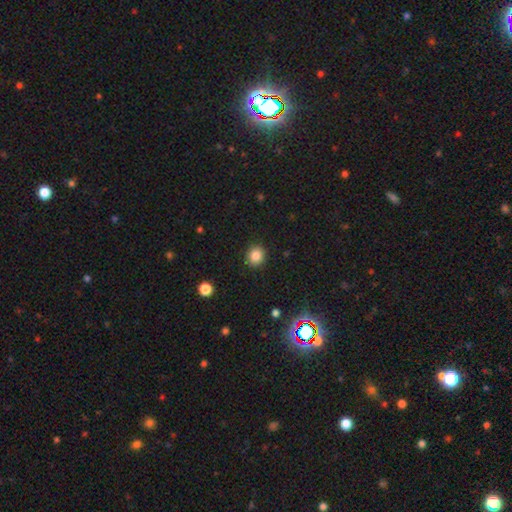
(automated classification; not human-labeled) Overall: smooth (84%). How rounded: round (80%). Merging: none (90%).